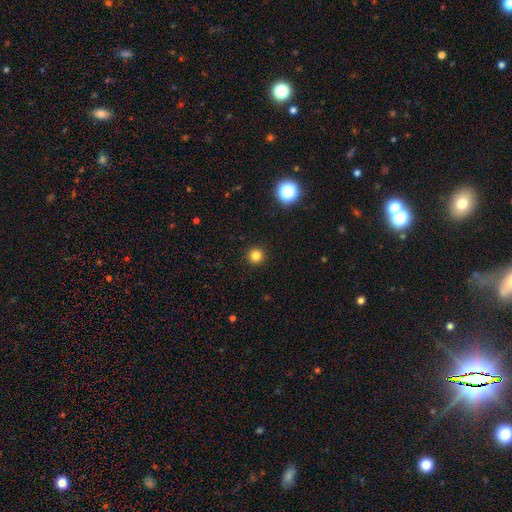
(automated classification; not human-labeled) Smooth or featured?
  - smooth: 82% *
  - star or artifact: 14%
  - featured or disk: 4%
How rounded?
  - round: 96% *
  - in between: 3%
  - cigar-shaped: 1%
Merging?
  - none: 93% *
  - minor disturbance: 4%
  - major disturbance: 2%
  - merger: 1%